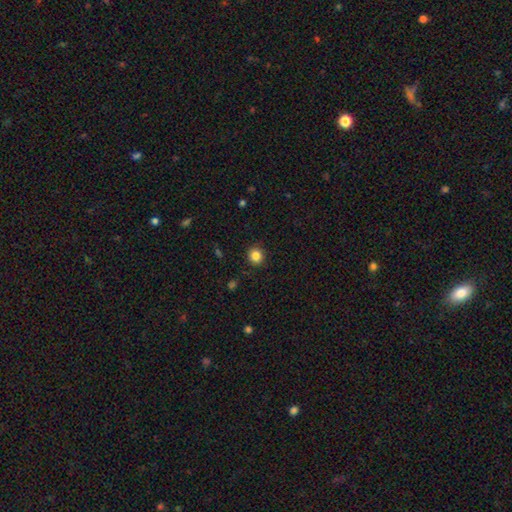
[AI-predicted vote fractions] Smooth or featured? Predicted: smooth (p=0.84). How rounded? Predicted: round (p=0.86). Merging? Predicted: none (p=0.91).